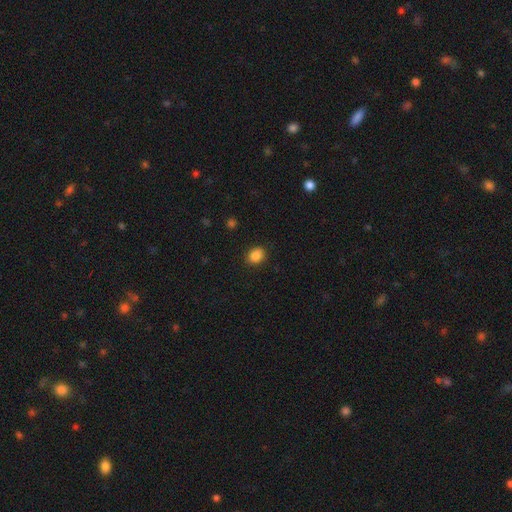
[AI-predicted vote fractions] This appears to be a smooth galaxy with no disk features (87%) that is in between round and cigar-shaped (53%). Merging: none (88%).